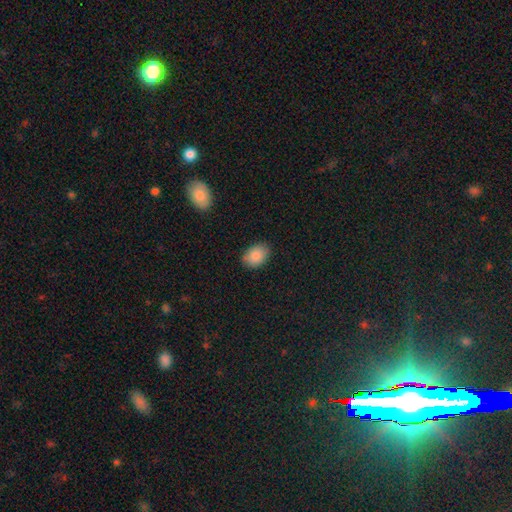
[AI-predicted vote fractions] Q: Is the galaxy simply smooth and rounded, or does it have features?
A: smooth — 88%.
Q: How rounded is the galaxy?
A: in between — 81%.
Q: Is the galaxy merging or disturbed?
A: none — 85%.